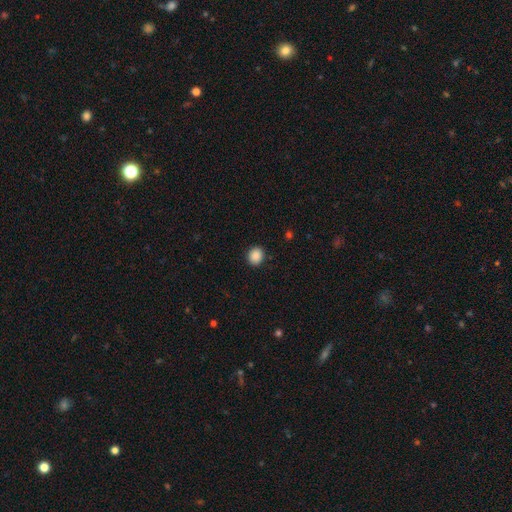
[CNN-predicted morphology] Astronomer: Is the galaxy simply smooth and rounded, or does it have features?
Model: smooth — 88%.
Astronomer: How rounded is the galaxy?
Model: round — 77%.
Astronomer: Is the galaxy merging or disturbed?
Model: none — 91%.